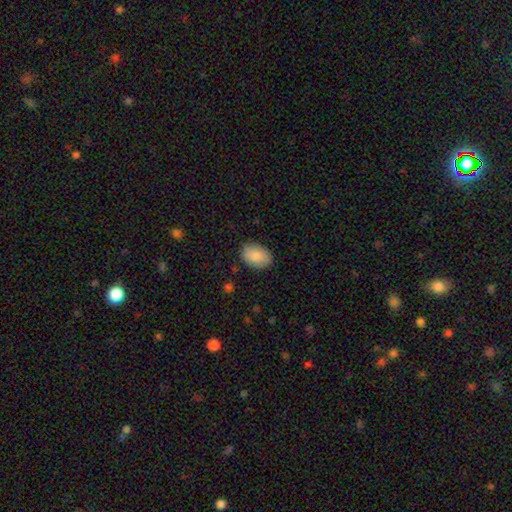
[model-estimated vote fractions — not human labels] Morphology: type=smooth (85%); roundness=in between (82%); merging=none (85%).